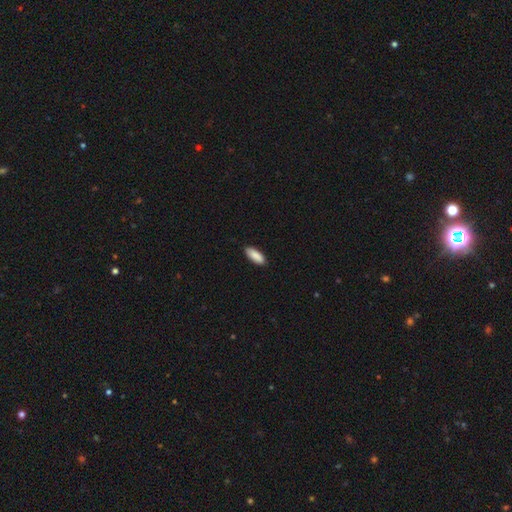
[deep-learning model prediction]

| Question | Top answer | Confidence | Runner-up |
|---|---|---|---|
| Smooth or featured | smooth | 90% | star or artifact (5%) |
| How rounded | in between | 76% | cigar-shaped (22%) |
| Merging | none | 89% | minor disturbance (9%) |